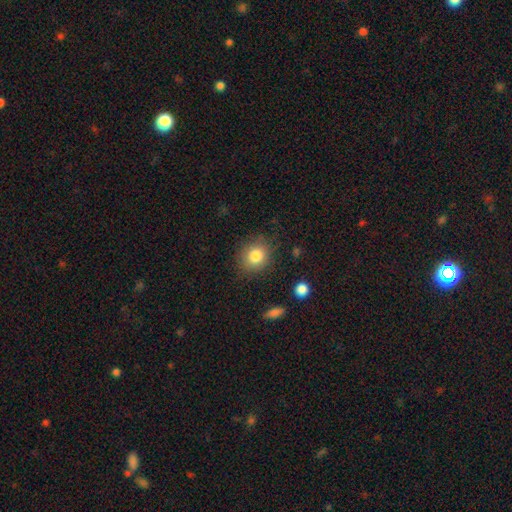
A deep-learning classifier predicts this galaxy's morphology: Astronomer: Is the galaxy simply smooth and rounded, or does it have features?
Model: smooth — 82%.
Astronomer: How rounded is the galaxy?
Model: round — 73%.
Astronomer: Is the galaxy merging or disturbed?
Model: none — 82%.